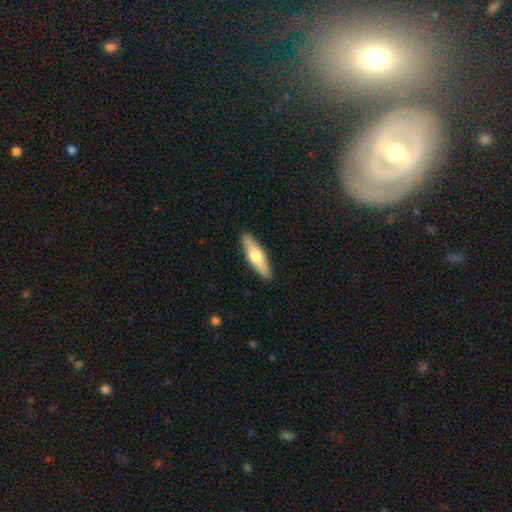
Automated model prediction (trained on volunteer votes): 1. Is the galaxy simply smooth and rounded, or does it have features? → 58% smooth, 37% featured or disk, 5% star or artifact.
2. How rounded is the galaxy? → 59% cigar-shaped, 39% in between, 2% round.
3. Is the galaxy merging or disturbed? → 90% none, 7% minor disturbance, 2% major disturbance, 1% merger.